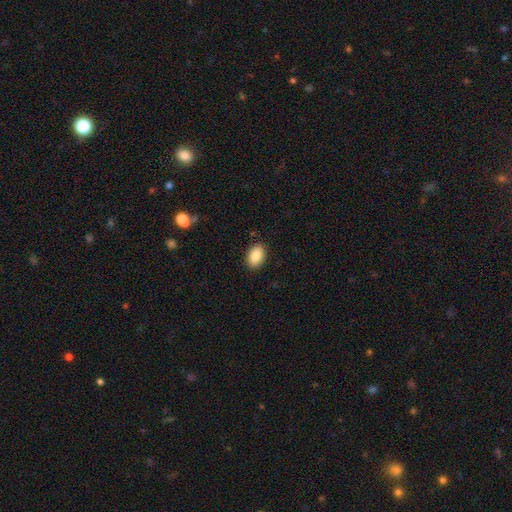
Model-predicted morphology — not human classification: Overall: smooth (87%). How rounded: in between (87%). Merging: none (89%).